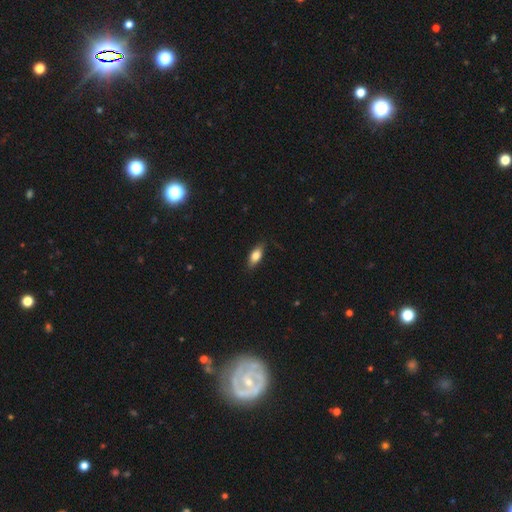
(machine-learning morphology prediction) Smooth or featured?
  - smooth: 77% *
  - featured or disk: 16%
  - star or artifact: 7%
How rounded?
  - in between: 82% *
  - cigar-shaped: 14%
  - round: 4%
Merging?
  - none: 82% *
  - minor disturbance: 14%
  - major disturbance: 3%
  - merger: 1%